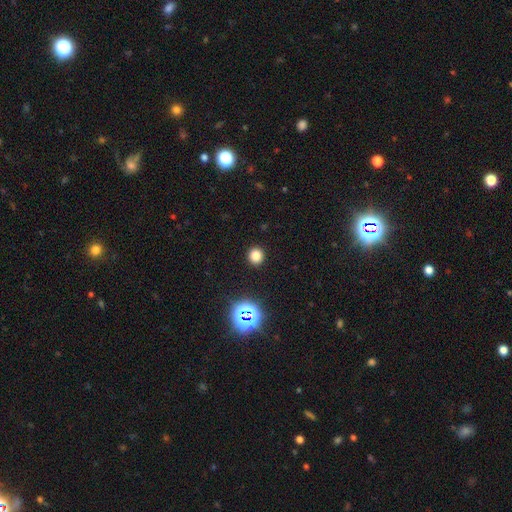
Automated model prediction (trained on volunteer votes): Overall: smooth (78%). How rounded: round (89%). Merging: none (92%).